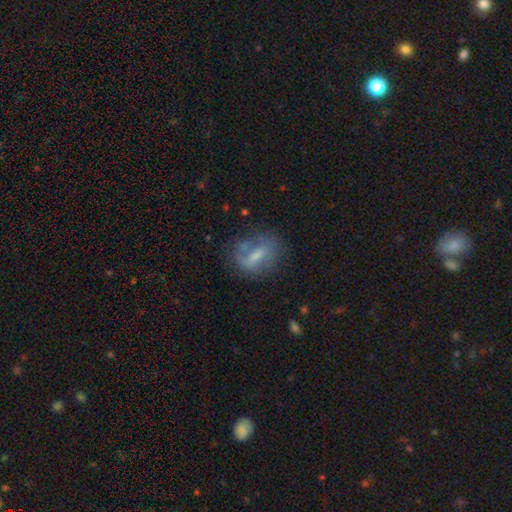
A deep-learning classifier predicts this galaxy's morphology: type=featured or disk (47%); merging=none (55%).